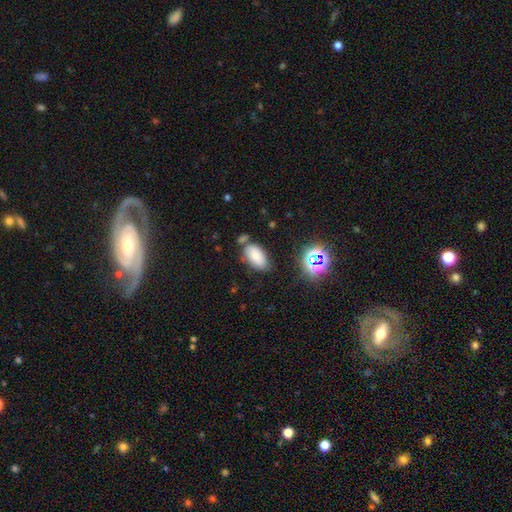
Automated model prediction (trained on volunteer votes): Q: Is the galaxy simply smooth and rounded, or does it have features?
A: smooth — 80%.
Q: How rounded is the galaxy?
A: in between — 93%.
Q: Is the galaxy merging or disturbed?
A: none — 63%.